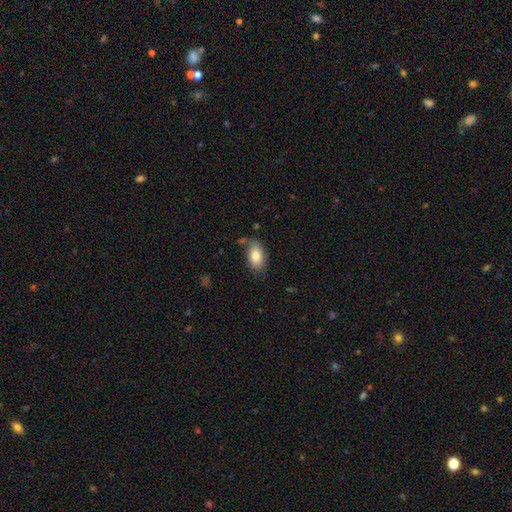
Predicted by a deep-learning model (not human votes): This is clearly a smooth galaxy (81%). How rounded: clearly in between (92%). Merging: likely none (65%).